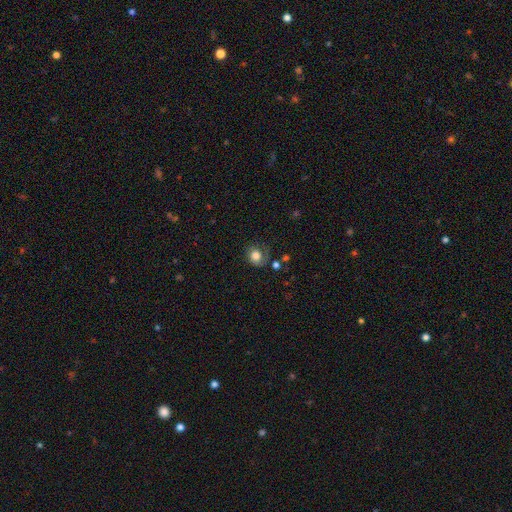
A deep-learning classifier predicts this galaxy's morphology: Smooth or featured? smooth (72%)
How rounded? round (70%)
Merging? none (56%)